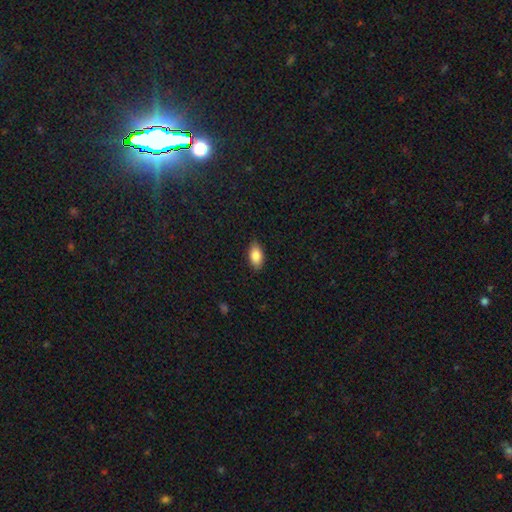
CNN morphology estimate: Q: Smooth or featured?
A: smooth (86%); runner-up: featured or disk (7%)
Q: How rounded?
A: in between (92%); runner-up: cigar-shaped (4%)
Q: Merging?
A: none (85%); runner-up: minor disturbance (12%)